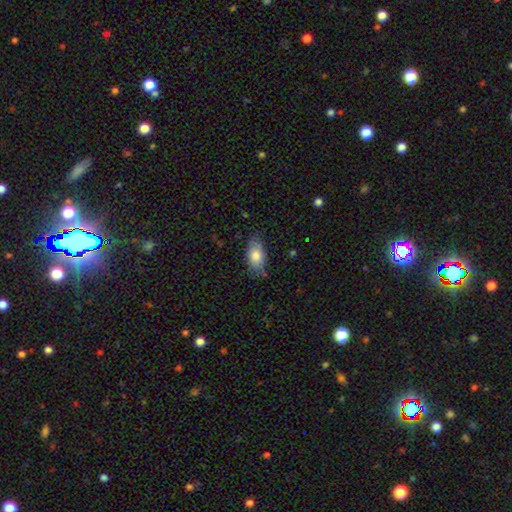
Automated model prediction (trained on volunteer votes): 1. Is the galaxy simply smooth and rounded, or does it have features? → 82% smooth, 11% featured or disk, 7% star or artifact.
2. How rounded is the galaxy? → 90% in between, 5% round, 4% cigar-shaped.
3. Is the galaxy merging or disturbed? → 75% none, 20% minor disturbance, 4% major disturbance, 2% merger.